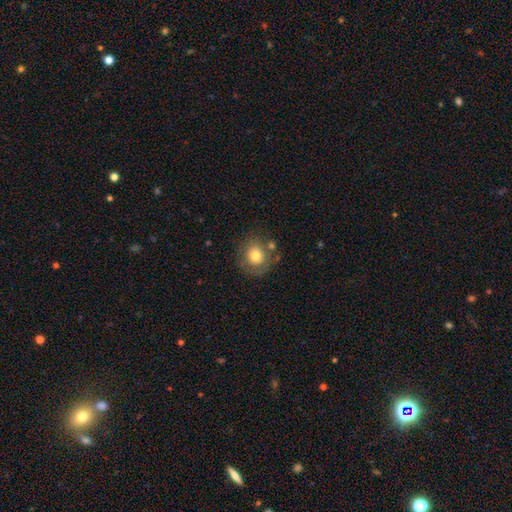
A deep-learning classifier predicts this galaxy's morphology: Q: Smooth or featured?
A: smooth (70%); runner-up: featured or disk (21%)
Q: How rounded?
A: round (86%); runner-up: in between (13%)
Q: Merging?
A: none (67%); runner-up: minor disturbance (16%)